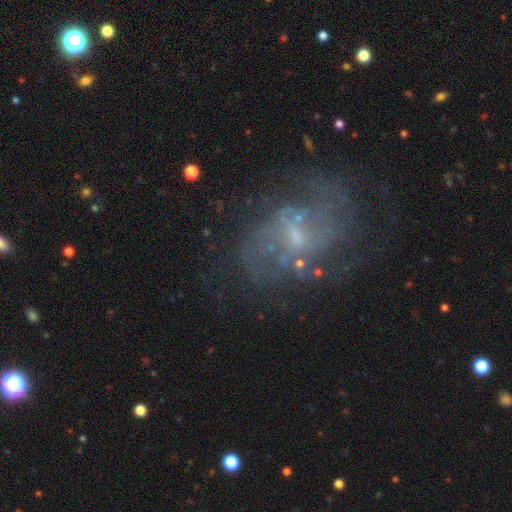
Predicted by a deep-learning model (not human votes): featured or disk 73%, smooth 15%, star or artifact 12%. Down the decision tree: edge-on disk — no (97%); bar — no (47%); spiral arms — yes (71%); bulge size — small (59%); merging — none (61%).